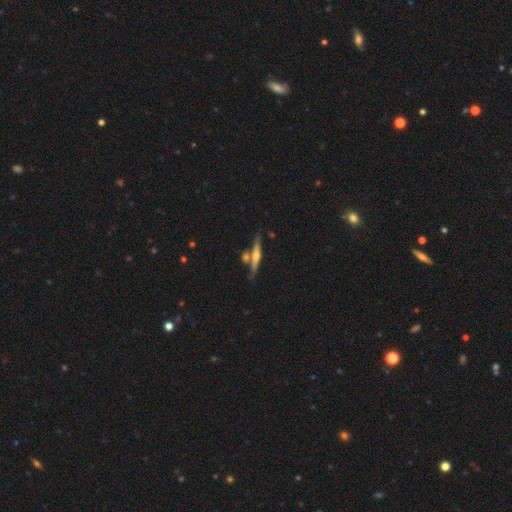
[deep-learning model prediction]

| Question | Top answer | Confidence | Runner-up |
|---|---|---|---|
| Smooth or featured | featured or disk | 68% | smooth (25%) |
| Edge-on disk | yes | 96% | no (4%) |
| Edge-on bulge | rounded | 87% | none (7%) |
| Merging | none | 71% | merger (16%) |